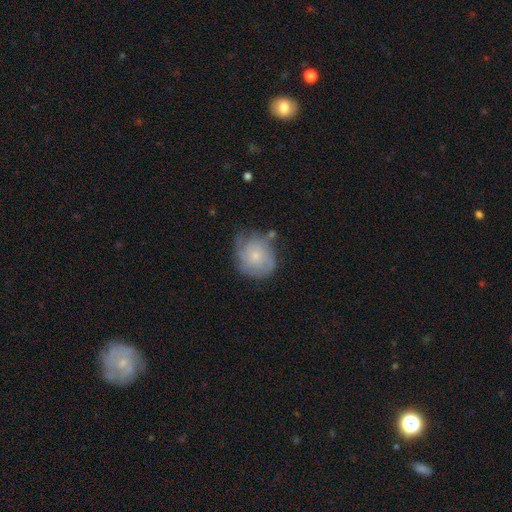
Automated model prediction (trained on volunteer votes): featured or disk 50%, smooth 42%, star or artifact 8%. Down the decision tree: merging — none (56%).